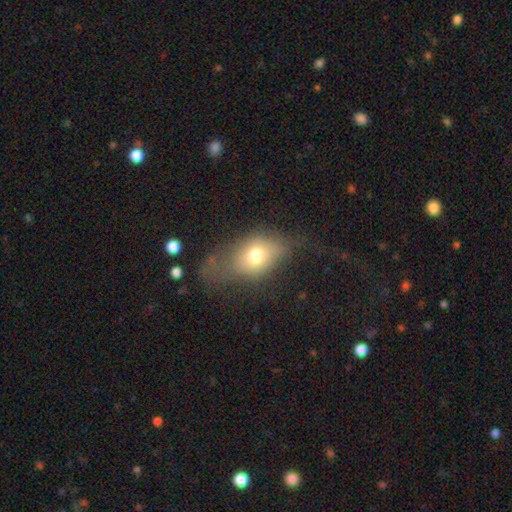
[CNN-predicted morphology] Smooth or featured?
  - smooth: 68% *
  - featured or disk: 21%
  - star or artifact: 11%
How rounded?
  - in between: 74% *
  - round: 23%
  - cigar-shaped: 3%
Merging?
  - none: 37% *
  - major disturbance: 33%
  - minor disturbance: 27%
  - merger: 3%